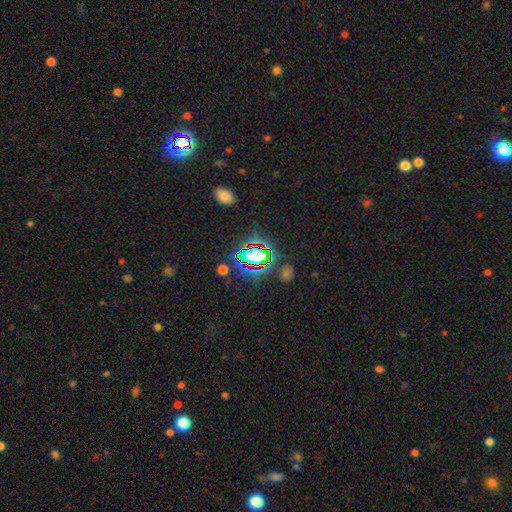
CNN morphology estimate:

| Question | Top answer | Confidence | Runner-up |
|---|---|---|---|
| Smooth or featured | star or artifact | 69% | smooth (19%) |